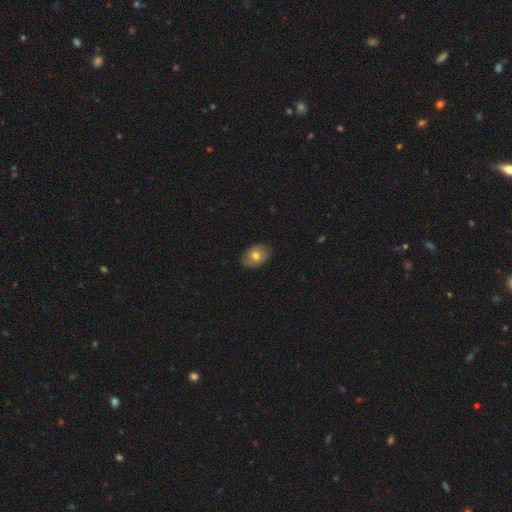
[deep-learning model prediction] A smooth galaxy with no disk features (66%) that is in between round and cigar-shaped (80%). Merging: none (85%).